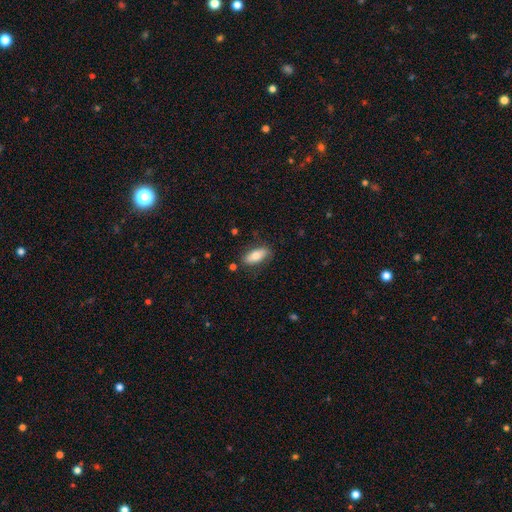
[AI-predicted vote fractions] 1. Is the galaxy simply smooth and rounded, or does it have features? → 75% smooth, 19% featured or disk, 6% star or artifact.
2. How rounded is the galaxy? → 82% in between, 16% cigar-shaped, 3% round.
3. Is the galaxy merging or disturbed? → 81% none, 14% minor disturbance, 3% major disturbance, 2% merger.